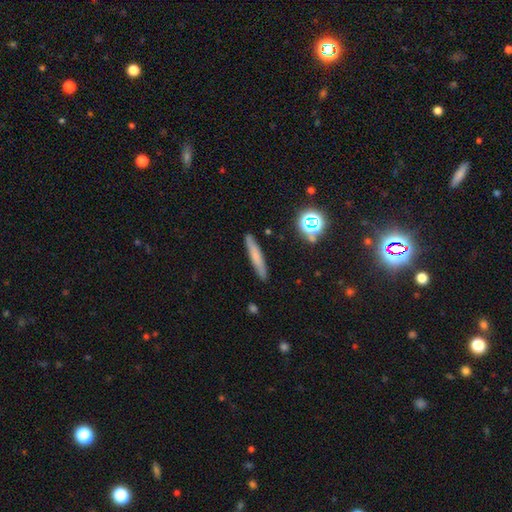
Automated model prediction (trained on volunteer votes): smooth 65%, featured or disk 24%, star or artifact 11%. Down the decision tree: how rounded — cigar-shaped (91%); merging — none (88%).